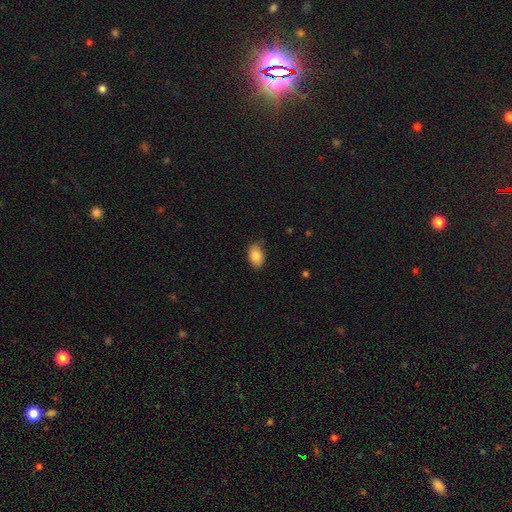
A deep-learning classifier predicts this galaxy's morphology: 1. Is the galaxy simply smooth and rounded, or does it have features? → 85% smooth, 8% featured or disk, 8% star or artifact.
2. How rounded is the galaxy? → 88% in between, 11% round, 1% cigar-shaped.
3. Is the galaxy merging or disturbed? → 77% none, 19% minor disturbance, 3% major disturbance, 1% merger.